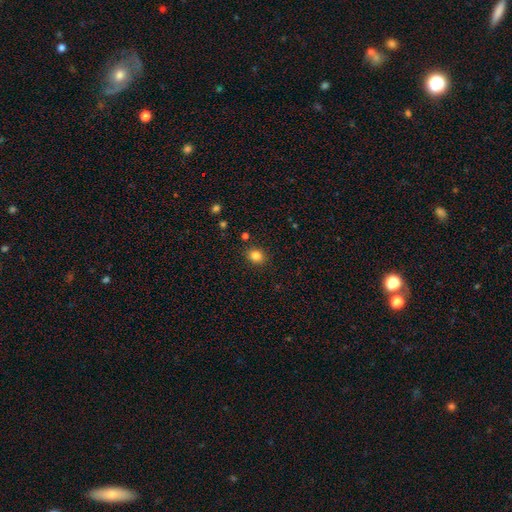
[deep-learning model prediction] smooth_or_featured: smooth (p=0.83) [alt: star or artifact p=0.12]
how_rounded: round (p=0.59) [alt: in between p=0.40]
merging: none (p=0.87) [alt: minor disturbance p=0.08]